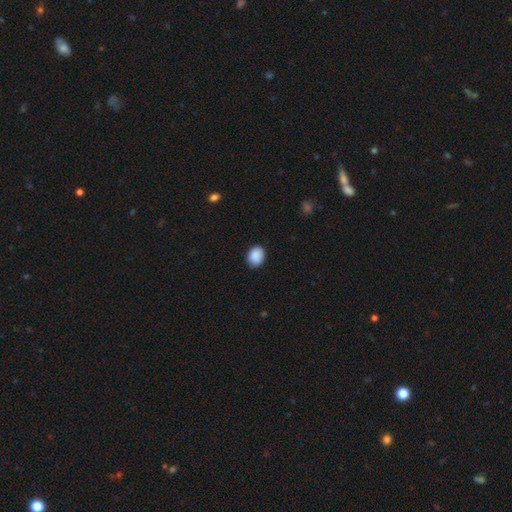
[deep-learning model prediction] This is clearly a smooth galaxy (90%). How rounded: possibly in between (54%). Merging: clearly none (85%).